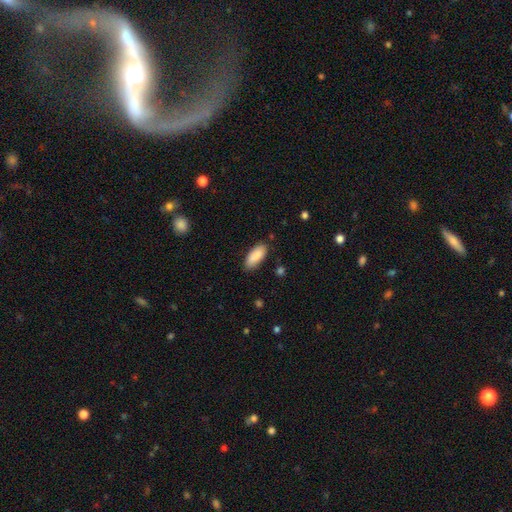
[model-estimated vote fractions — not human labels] A smooth galaxy with no disk features (89%) that is in between round and cigar-shaped (84%).

Vote fractions:
- Smooth or featured? smooth: 89% / star or artifact: 6% / featured or disk: 5%
- How rounded? in between: 84% / cigar-shaped: 14% / round: 2%
- Merging? none: 84% / minor disturbance: 12% / major disturbance: 2% / merger: 1%